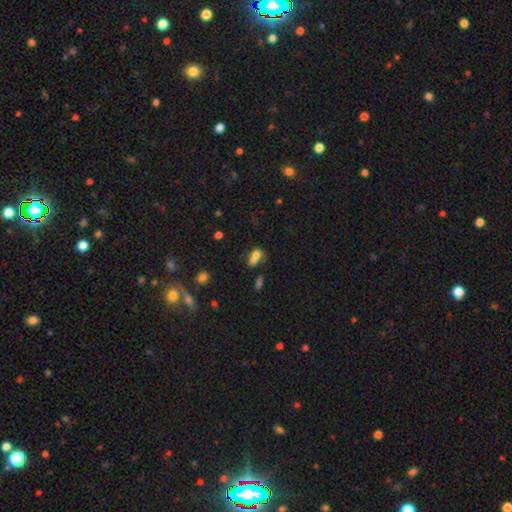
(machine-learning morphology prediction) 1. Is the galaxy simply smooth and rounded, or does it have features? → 69% smooth, 17% featured or disk, 15% star or artifact.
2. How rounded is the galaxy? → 65% in between, 32% round, 4% cigar-shaped.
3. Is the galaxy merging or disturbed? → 55% merger, 24% none, 11% minor disturbance, 10% major disturbance.